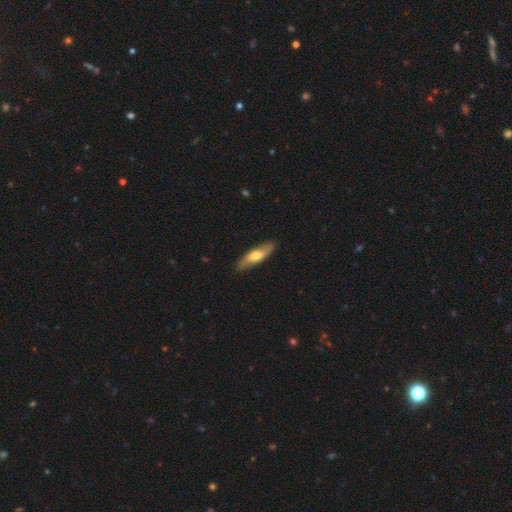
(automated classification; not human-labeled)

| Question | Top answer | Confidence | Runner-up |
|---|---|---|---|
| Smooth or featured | smooth | 59% | featured or disk (36%) |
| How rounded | cigar-shaped | 54% | in between (44%) |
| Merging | none | 86% | minor disturbance (11%) |